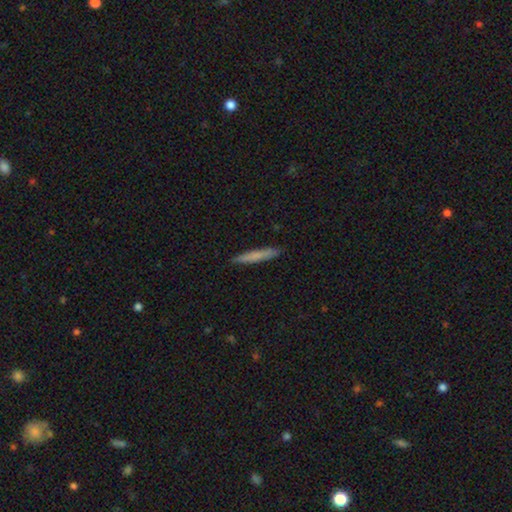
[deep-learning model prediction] A smooth galaxy with no disk features (71%) that is cigar-shaped (95%). Merging: none (91%).